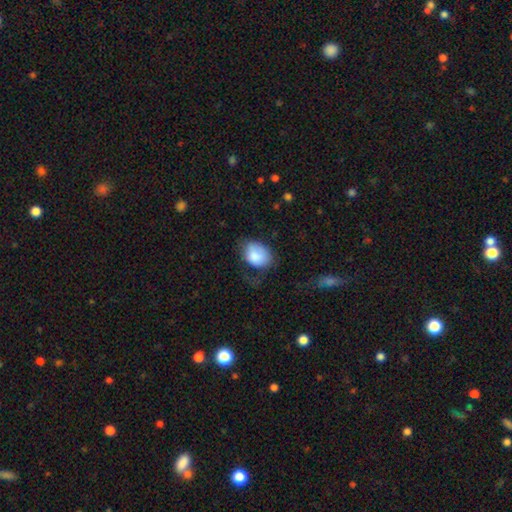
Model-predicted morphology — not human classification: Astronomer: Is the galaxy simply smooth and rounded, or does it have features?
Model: smooth — 83%.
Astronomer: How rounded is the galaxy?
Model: in between — 68%.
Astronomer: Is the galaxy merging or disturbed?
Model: none — 37% (runner-up: minor disturbance, 33%).